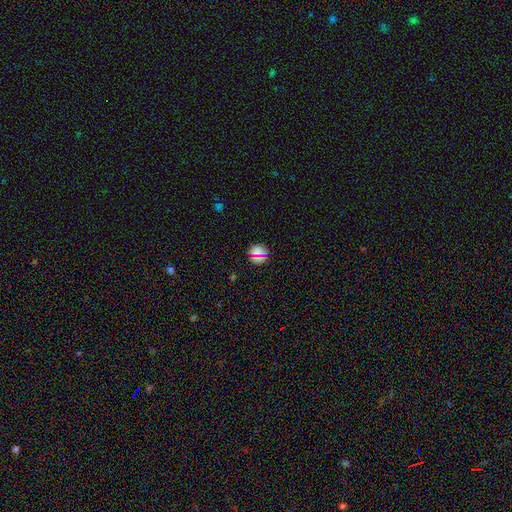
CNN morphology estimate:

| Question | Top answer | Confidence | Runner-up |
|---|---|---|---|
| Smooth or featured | smooth | 65% | star or artifact (27%) |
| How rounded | round | 86% | in between (12%) |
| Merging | none | 85% | minor disturbance (9%) |